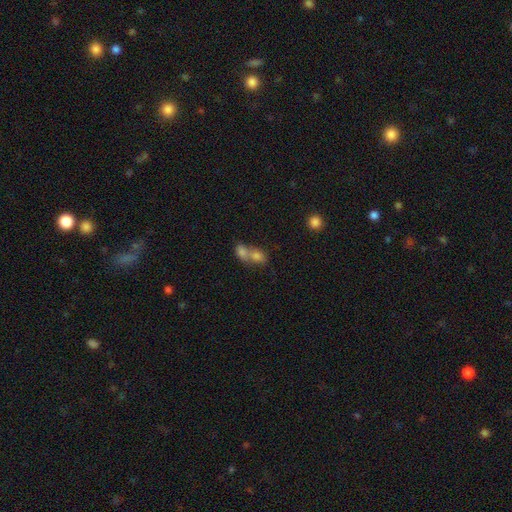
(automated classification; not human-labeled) Q: Smooth or featured?
A: smooth (76%); runner-up: featured or disk (14%)
Q: How rounded?
A: in between (65%); runner-up: round (33%)
Q: Merging?
A: merger (75%); runner-up: none (17%)